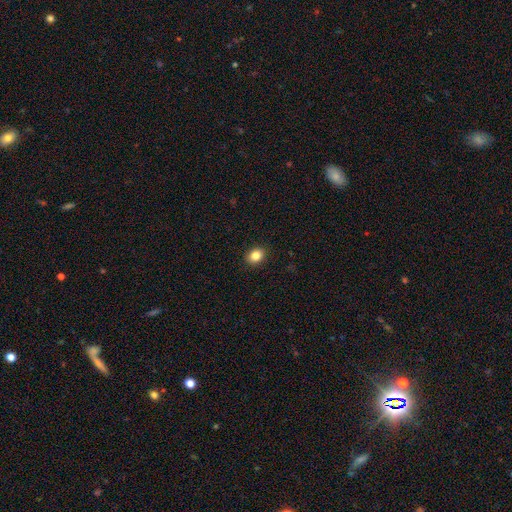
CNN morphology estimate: Smooth or featured? Predicted: smooth (p=0.86). How rounded? Predicted: in between (p=0.60). Merging? Predicted: none (p=0.90).